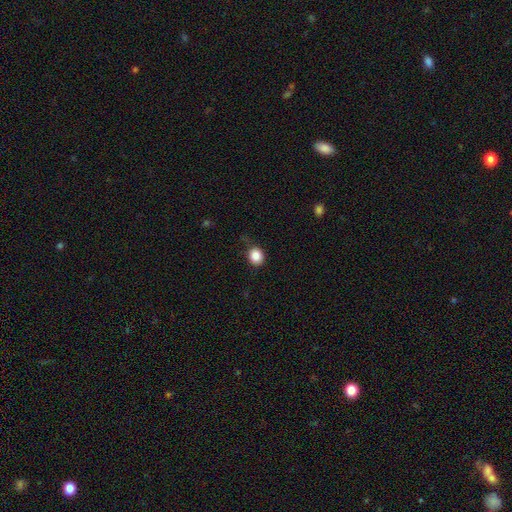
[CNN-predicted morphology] A smooth galaxy with no disk features (86%) that is round (77%).

Vote fractions:
- Smooth or featured? smooth: 86% / star or artifact: 10% / featured or disk: 4%
- How rounded? round: 77% / in between: 22% / cigar-shaped: 1%
- Merging? none: 78% / minor disturbance: 16% / major disturbance: 4% / merger: 2%